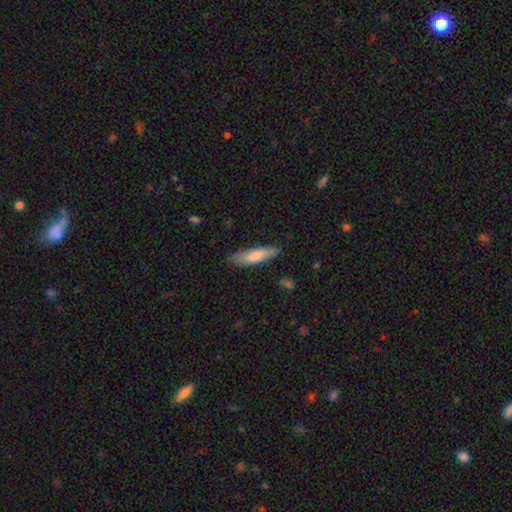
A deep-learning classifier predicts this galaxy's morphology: Smooth or featured: smooth — 73% (featured or disk — 22%)
How rounded: cigar-shaped — 71% (in between — 27%)
Merging: none — 78% (minor disturbance — 18%)